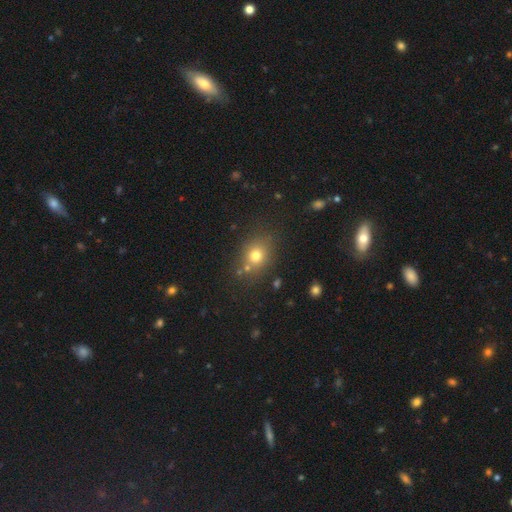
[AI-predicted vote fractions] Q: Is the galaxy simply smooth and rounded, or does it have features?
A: smooth — 74%.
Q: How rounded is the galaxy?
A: round — 63%.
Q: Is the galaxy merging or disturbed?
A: none — 76%.